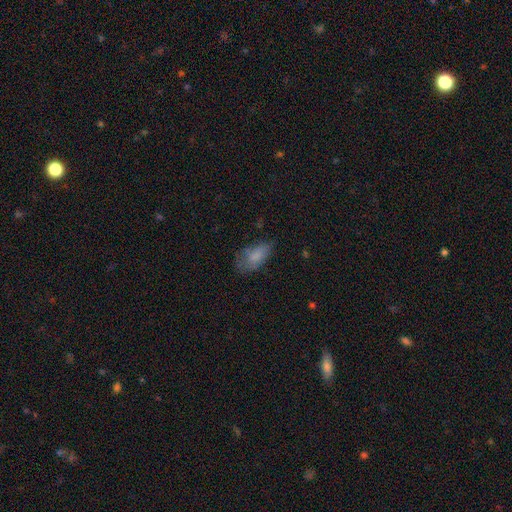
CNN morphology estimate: Smooth or featured?
  - smooth: 76% *
  - featured or disk: 14%
  - star or artifact: 9%
How rounded?
  - in between: 89% *
  - cigar-shaped: 7%
  - round: 4%
Merging?
  - none: 53% *
  - minor disturbance: 30%
  - major disturbance: 15%
  - merger: 3%